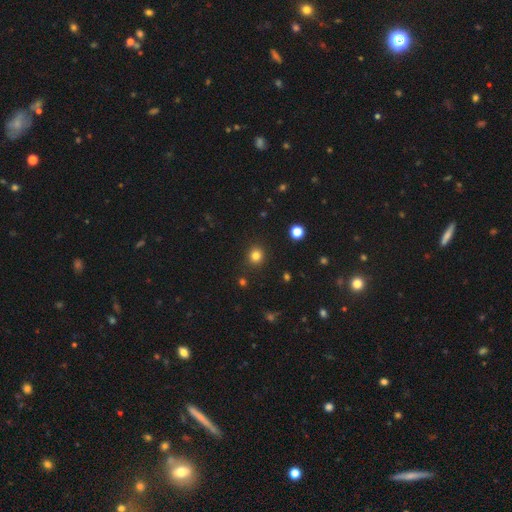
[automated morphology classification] smooth 82%, star or artifact 14%, featured or disk 5%. Down the decision tree: how rounded — round (89%); merging — none (91%).